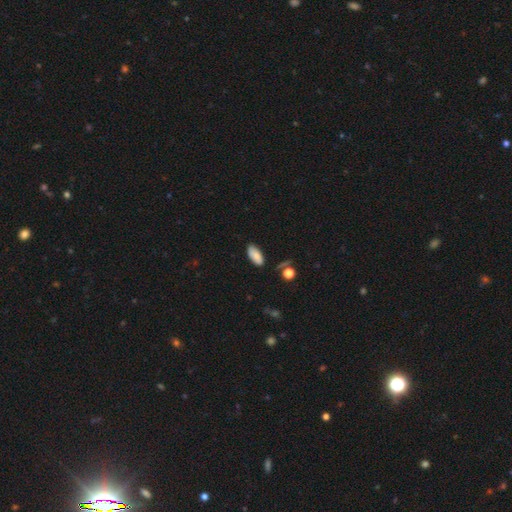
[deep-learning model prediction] A smooth galaxy with no disk features (82%) that is in between round and cigar-shaped (88%).

Vote fractions:
- Smooth or featured? smooth: 82% / featured or disk: 9% / star or artifact: 9%
- How rounded? in between: 88% / cigar-shaped: 10% / round: 2%
- Merging? none: 76% / minor disturbance: 18% / major disturbance: 4% / merger: 3%